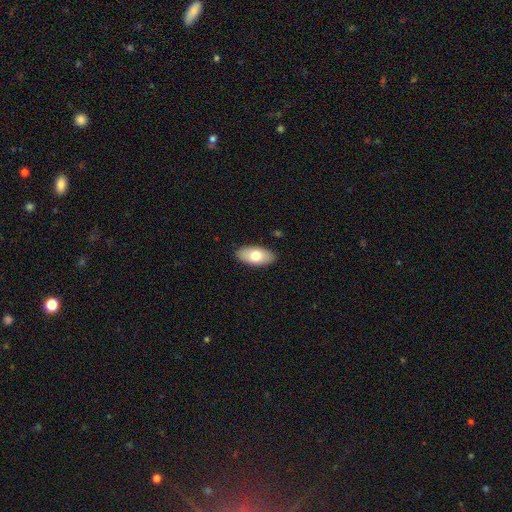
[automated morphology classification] Smooth or featured: smooth — 73% (featured or disk — 20%)
How rounded: in between — 93% (cigar-shaped — 4%)
Merging: none — 88% (minor disturbance — 9%)